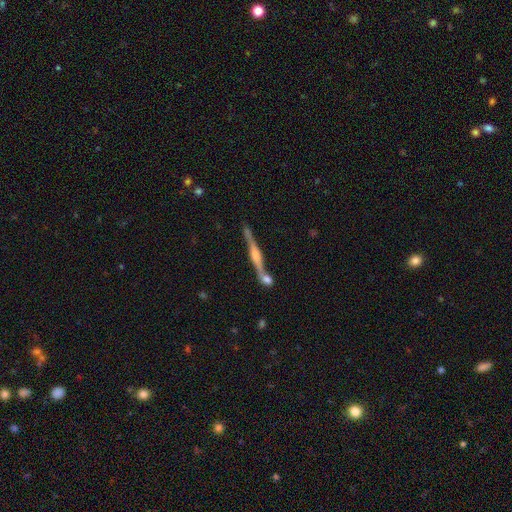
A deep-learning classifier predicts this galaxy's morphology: Smooth or featured? featured or disk (77%)
Edge-on disk? yes (96%)
Edge-on bulge? rounded (68%)
Merging? none (64%)